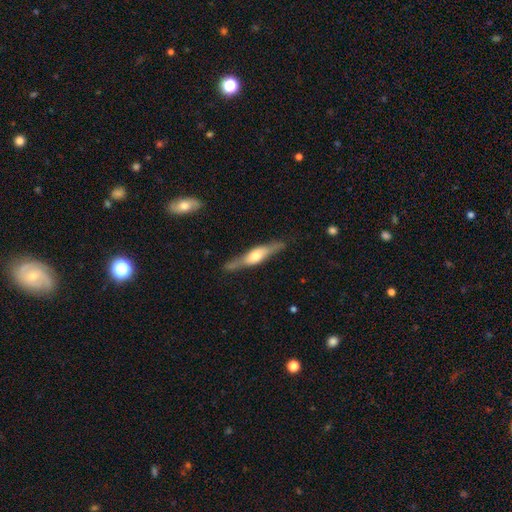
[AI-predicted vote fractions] Morphology: type=featured or disk (66%); edge-on=yes (92%); edge-on bulge=rounded (80%); merging=none (80%).